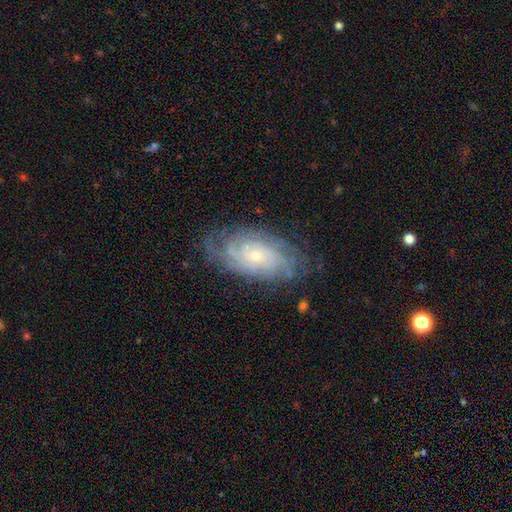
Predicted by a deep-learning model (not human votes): Smooth or featured? Predicted: featured or disk (p=0.79). Edge-on disk? Predicted: no (p=0.94). Bar? Predicted: no (p=0.78). Spiral arms? Predicted: yes (p=0.93). Spiral winding? Predicted: tight (p=0.70). Spiral arm count? Predicted: can't tell (p=0.49). Bulge size? Predicted: small (p=0.71). Merging? Predicted: none (p=0.72).